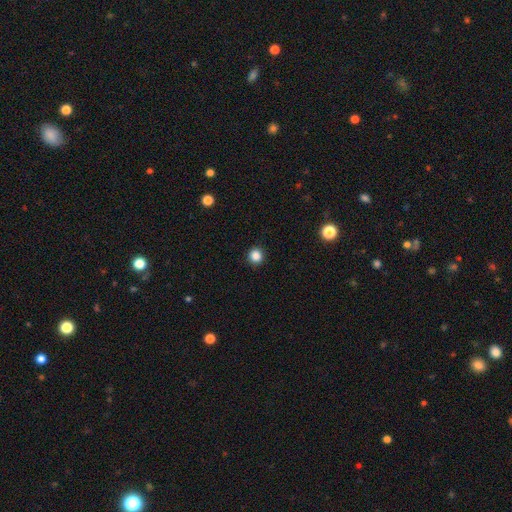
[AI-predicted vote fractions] This is clearly a smooth galaxy (86%). How rounded: clearly round (93%). Merging: clearly none (93%).